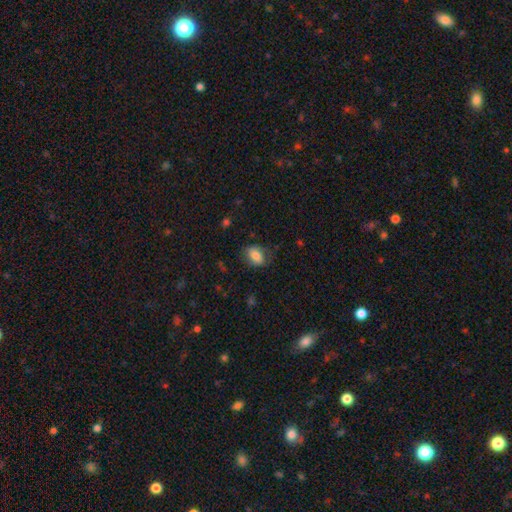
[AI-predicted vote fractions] This is likely a smooth galaxy (76%). How rounded: likely in between (78%). Merging: likely none (70%).